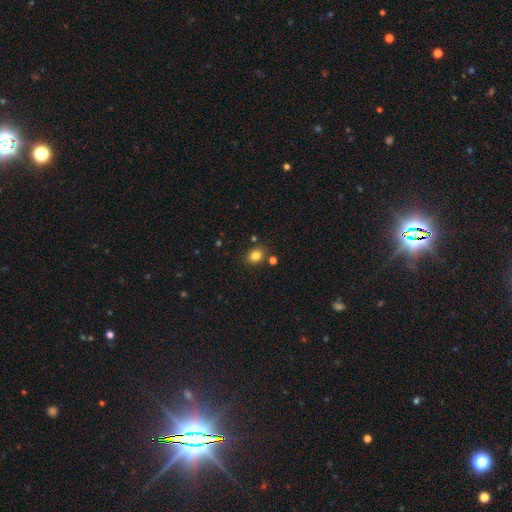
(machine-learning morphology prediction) Q: Smooth or featured?
A: smooth (82%); runner-up: star or artifact (12%)
Q: How rounded?
A: round (57%); runner-up: in between (42%)
Q: Merging?
A: none (80%); runner-up: minor disturbance (11%)